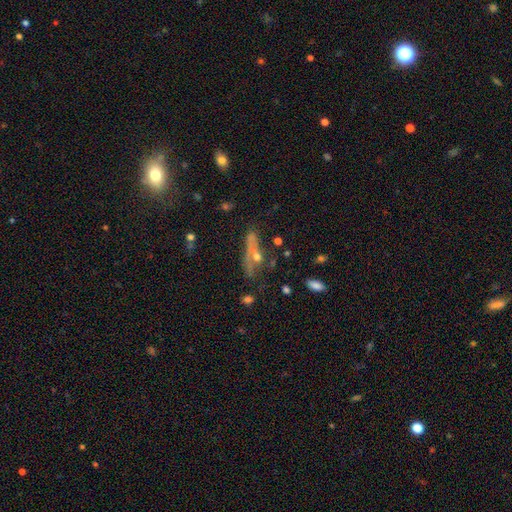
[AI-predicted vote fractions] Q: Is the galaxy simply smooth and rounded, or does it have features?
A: featured or disk — 44%.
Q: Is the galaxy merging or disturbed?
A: none — 45%.